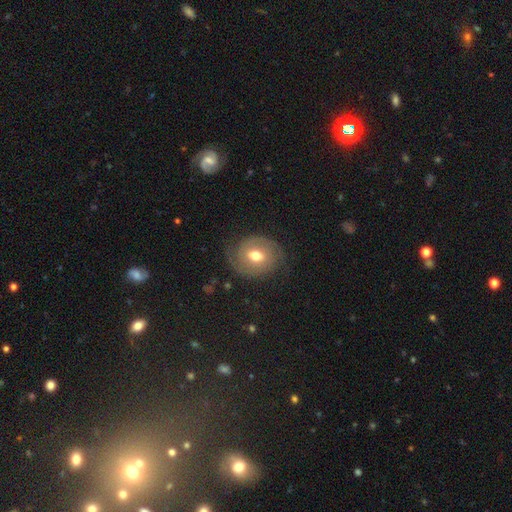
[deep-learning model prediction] Smooth or featured?
  - featured or disk: 65% *
  - smooth: 28%
  - star or artifact: 7%
Edge-on disk?
  - no: 97% *
  - yes: 3%
Bar?
  - no: 47% *
  - weak: 41%
  - strong: 12%
Spiral arms?
  - yes: 84% *
  - no: 16%
Spiral winding?
  - tight: 50% *
  - medium: 36%
  - loose: 15%
Spiral arm count?
  - 2: 80% *
  - can't tell: 10%
  - 1: 5%
  - 3: 2%
  - 4: 1%
  - more than 4: 1%
Bulge size?
  - moderate: 77% *
  - small: 12%
  - large: 9%
  - dominant: 1%
  - none: 1%
Merging?
  - none: 76% *
  - minor disturbance: 15%
  - major disturbance: 7%
  - merger: 1%